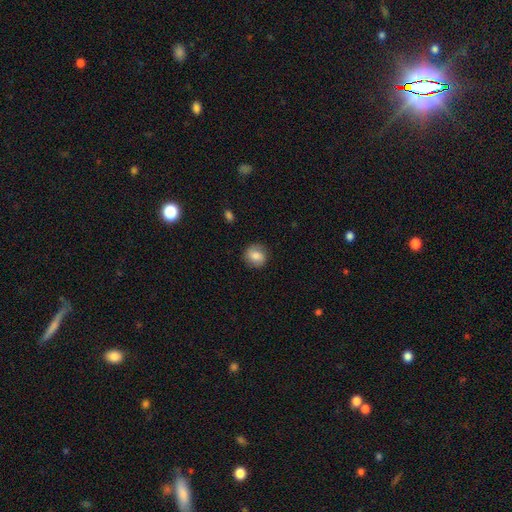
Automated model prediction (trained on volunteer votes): Morphology: type=smooth (76%); roundness=round (83%); merging=none (84%).